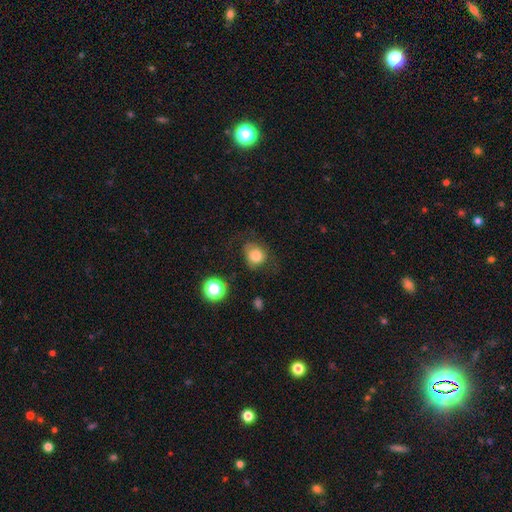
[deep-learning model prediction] This is likely a smooth galaxy (75%). How rounded: likely round (69%). Merging: possibly none (56%).